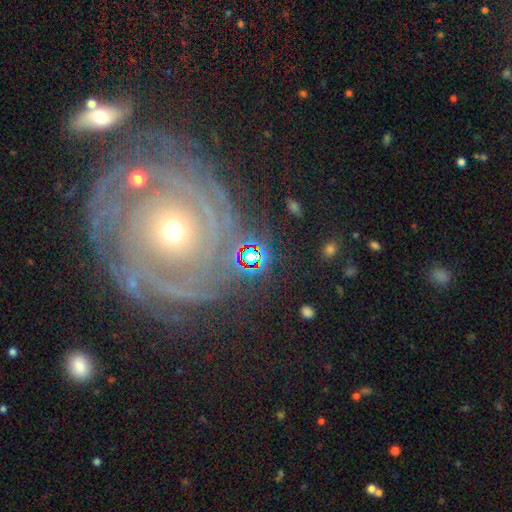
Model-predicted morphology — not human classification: This appears to be a star or artifact, not a galaxy (68%).